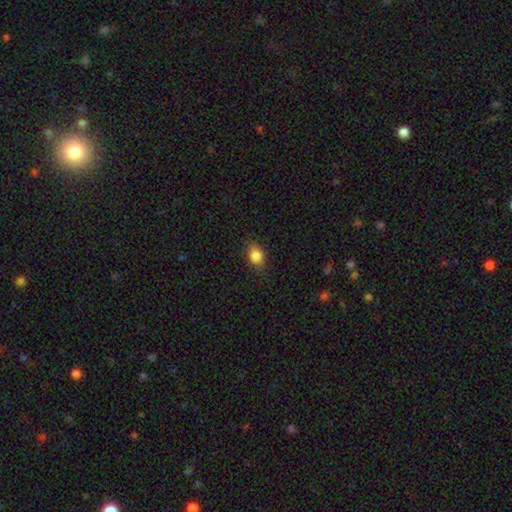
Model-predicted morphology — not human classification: Q: Smooth or featured?
A: smooth (84%); runner-up: star or artifact (10%)
Q: How rounded?
A: in between (64%); runner-up: round (34%)
Q: Merging?
A: none (82%); runner-up: minor disturbance (14%)